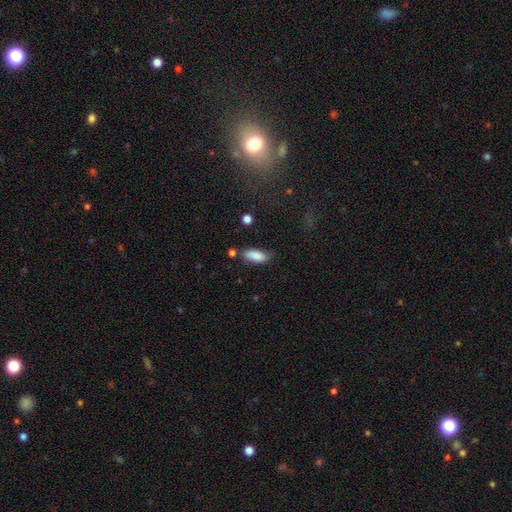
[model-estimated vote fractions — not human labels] smooth-or-featured: smooth: 86% | featured or disk: 7% | star or artifact: 7%
  how-rounded: in between: 82% | cigar-shaped: 16% | round: 2%
  merging: none: 66% | minor disturbance: 24% | merger: 6% | major disturbance: 5%